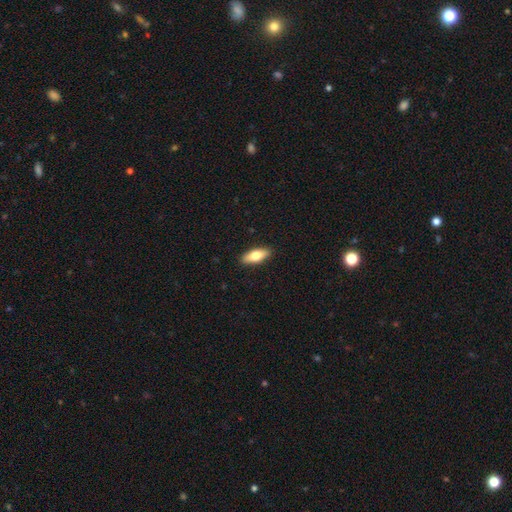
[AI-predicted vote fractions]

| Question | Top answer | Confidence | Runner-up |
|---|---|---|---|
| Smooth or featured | smooth | 69% | featured or disk (25%) |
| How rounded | in between | 71% | cigar-shaped (26%) |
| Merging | none | 90% | minor disturbance (7%) |